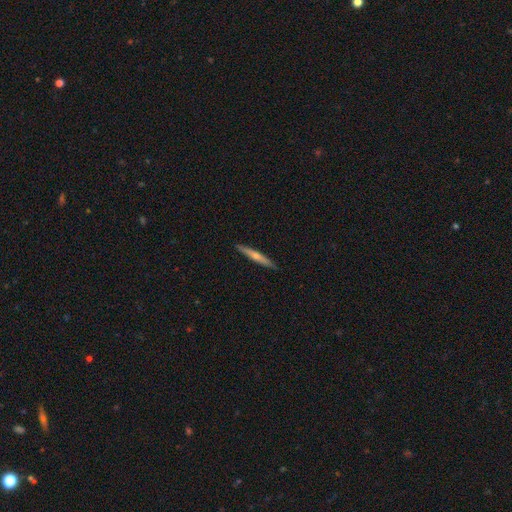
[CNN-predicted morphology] Q: Smooth or featured?
A: featured or disk (62%); runner-up: smooth (32%)
Q: Edge-on disk?
A: yes (97%); runner-up: no (3%)
Q: Edge-on bulge?
A: rounded (78%); runner-up: none (18%)
Q: Merging?
A: none (92%); runner-up: minor disturbance (6%)